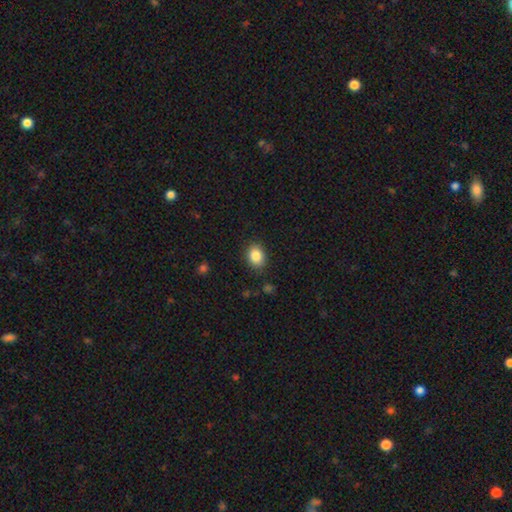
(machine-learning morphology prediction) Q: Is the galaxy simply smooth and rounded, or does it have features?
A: smooth — 86%.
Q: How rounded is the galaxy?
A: in between — 62%.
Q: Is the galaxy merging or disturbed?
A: none — 86%.